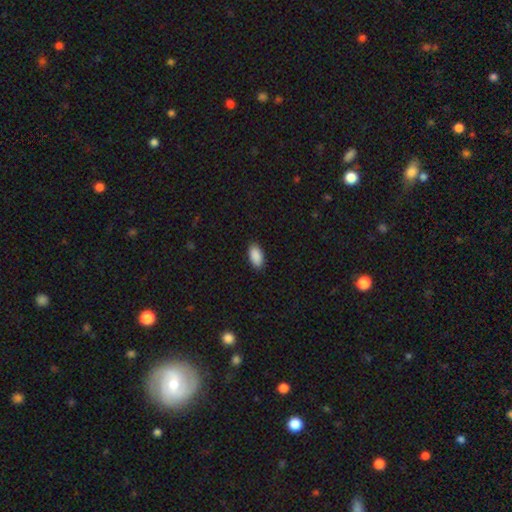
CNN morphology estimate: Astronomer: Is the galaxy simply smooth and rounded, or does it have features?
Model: smooth — 91%.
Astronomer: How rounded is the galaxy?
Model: in between — 94%.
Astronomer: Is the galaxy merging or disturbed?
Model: none — 89%.